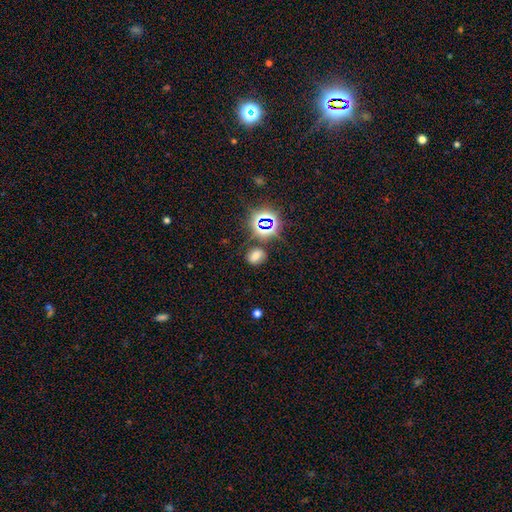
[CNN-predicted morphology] smooth-or-featured: smooth: 57% | star or artifact: 30% | featured or disk: 14%
  how-rounded: in between: 57% | round: 42% | cigar-shaped: 1%
  merging: none: 75% | minor disturbance: 14% | major disturbance: 6% | merger: 5%